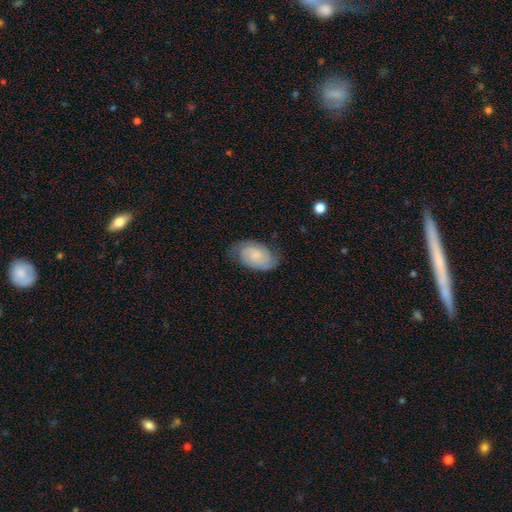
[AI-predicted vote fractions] Overall: featured or disk (52%; smooth 41%). Edge-on disk: no (96%). Merging: none (71%).